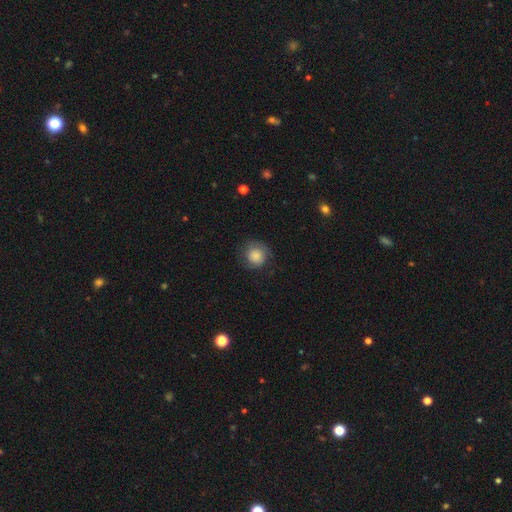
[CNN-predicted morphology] Overall: smooth (80%). How rounded: round (89%). Merging: none (73%).